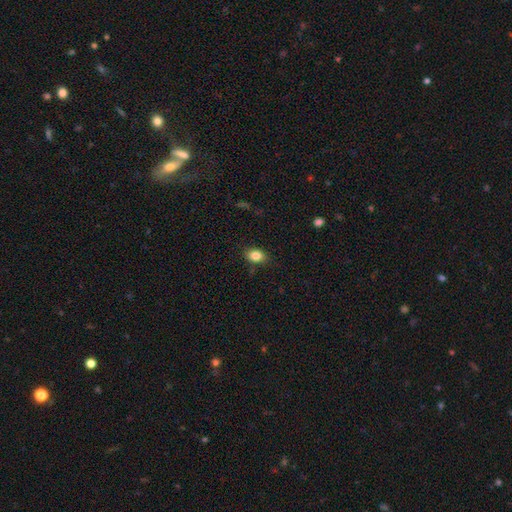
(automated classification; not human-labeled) smooth-or-featured: smooth: 84% | star or artifact: 9% | featured or disk: 6%
  how-rounded: in between: 71% | round: 28% | cigar-shaped: 1%
  merging: none: 83% | minor disturbance: 13% | major disturbance: 3% | merger: 1%